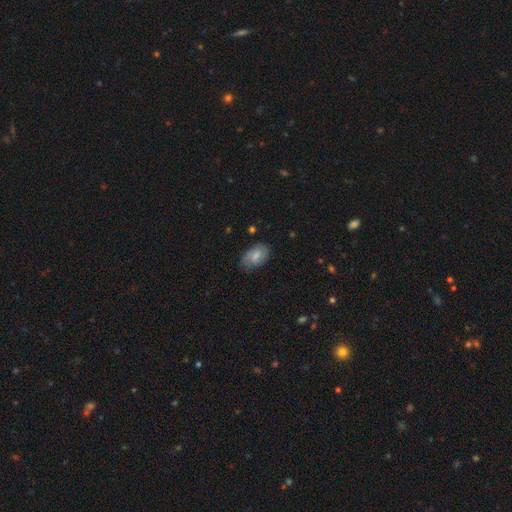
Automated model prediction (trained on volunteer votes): Smooth or featured? smooth (62%)
How rounded? in between (91%)
Merging? none (70%)